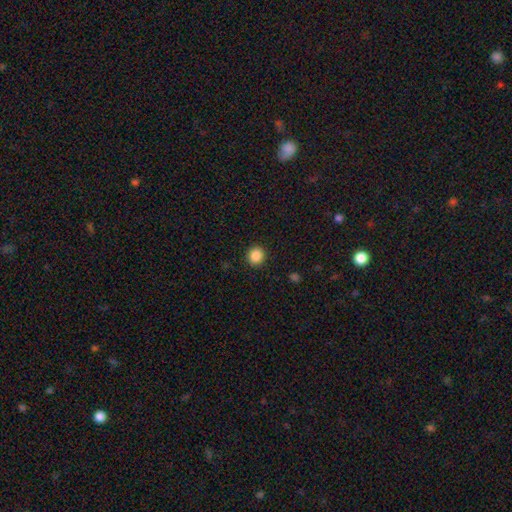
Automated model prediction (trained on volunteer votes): Morphology: type=smooth (87%); roundness=round (90%); merging=none (92%).